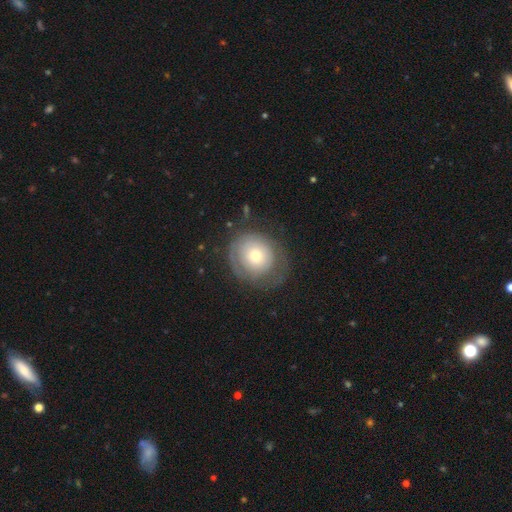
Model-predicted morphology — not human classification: smooth-or-featured: featured or disk: 47% | smooth: 46% | star or artifact: 7%
  merging: none: 63% | minor disturbance: 20% | major disturbance: 14% | merger: 2%